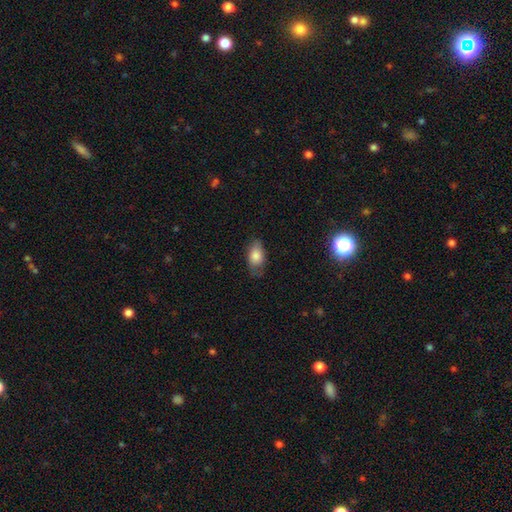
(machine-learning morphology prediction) A smooth galaxy with no disk features (81%) that is in between round and cigar-shaped (90%).

Vote fractions:
- Smooth or featured? smooth: 81% / featured or disk: 12% / star or artifact: 7%
- How rounded? in between: 90% / round: 7% / cigar-shaped: 3%
- Merging? none: 68% / minor disturbance: 24% / major disturbance: 6% / merger: 1%